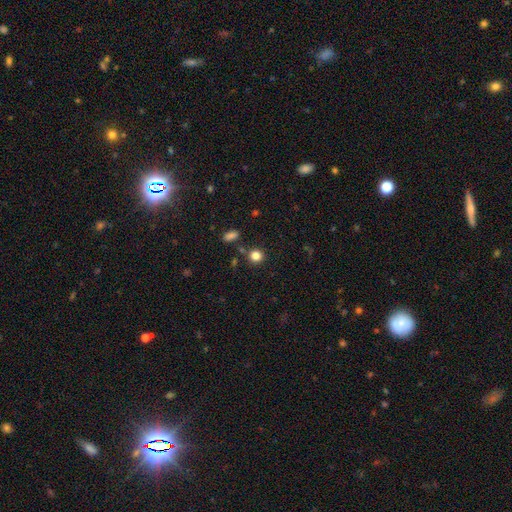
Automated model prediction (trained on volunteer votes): smooth 83%, star or artifact 13%, featured or disk 4%. Down the decision tree: how rounded — round (89%); merging — none (84%).